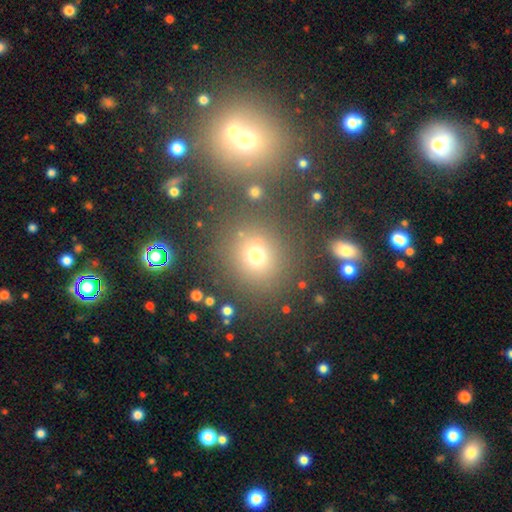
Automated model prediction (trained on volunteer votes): The model was most divided on "smooth or featured": smooth: 67%, star or artifact: 24%, featured or disk: 10%. More confident: how rounded — round (85%); merging — none (78%).